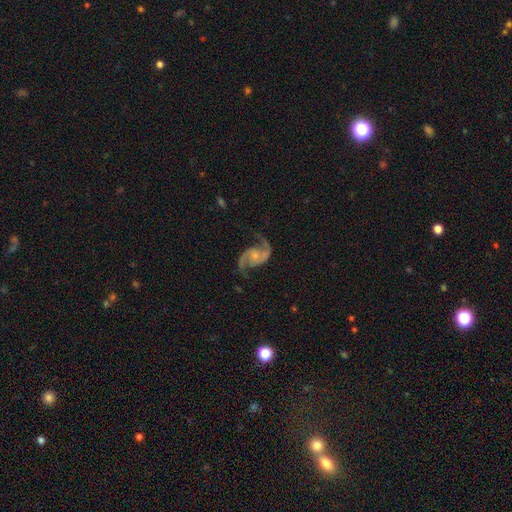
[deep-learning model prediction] Smooth or featured?
  - featured or disk: 92% *
  - star or artifact: 4%
  - smooth: 3%
Edge-on disk?
  - no: 98% *
  - yes: 2%
Bar?
  - no: 65% *
  - weak: 27%
  - strong: 8%
Spiral arms?
  - yes: 98% *
  - no: 2%
Spiral winding?
  - medium: 46% *
  - loose: 45%
  - tight: 10%
Spiral arm count?
  - 2: 94% *
  - can't tell: 1%
  - 1: 1%
  - 3: 1%
  - 4: 1%
  - more than 4: 1%
Bulge size?
  - small: 62% *
  - moderate: 29%
  - none: 6%
  - large: 2%
  - dominant: 1%
Merging?
  - none: 78% *
  - minor disturbance: 13%
  - major disturbance: 7%
  - merger: 2%